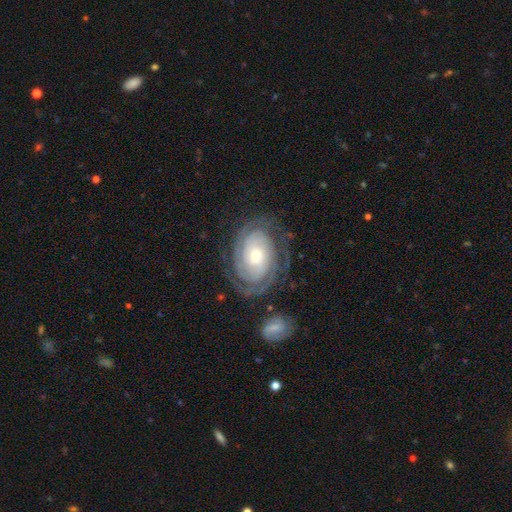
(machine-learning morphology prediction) Smooth or featured? Predicted: featured or disk (p=0.88). Edge-on disk? Predicted: no (p=0.97). Bar? Predicted: no (p=0.74). Spiral arms? Predicted: yes (p=0.97). Spiral winding? Predicted: tight (p=0.80). Spiral arm count? Predicted: 2 (p=0.38). Bulge size? Predicted: small (p=0.52). Merging? Predicted: none (p=0.75).